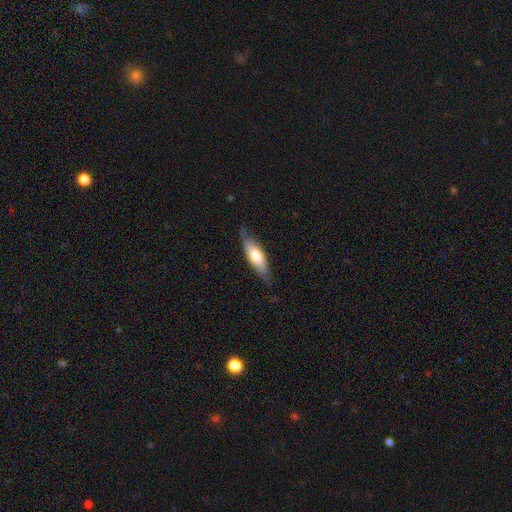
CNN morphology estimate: The model was most divided on "how rounded": in between: 50%, cigar-shaped: 48%, round: 2%. More confident: merging — none (75%); smooth or featured — smooth (59%).